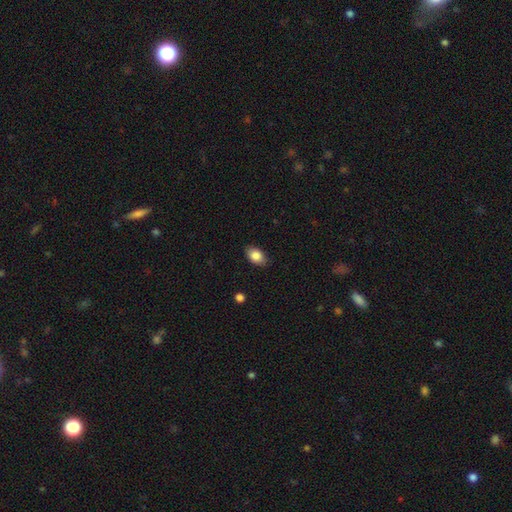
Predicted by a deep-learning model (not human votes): Smooth or featured? smooth (85%)
How rounded? in between (86%)
Merging? none (84%)